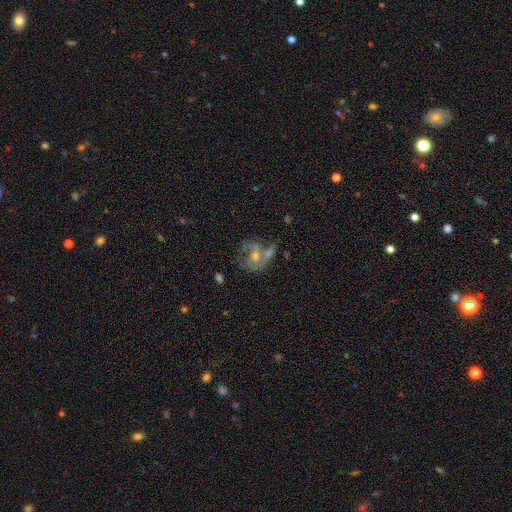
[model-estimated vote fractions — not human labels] Smooth or featured: featured or disk — 69% (smooth — 19%)
Edge-on disk: no — 97% (yes — 3%)
Bar: no — 63% (weak — 29%)
Spiral arms: yes — 68% (no — 32%)
Bulge size: moderate — 53% (small — 37%)
Merging: none — 40% (merger — 21%)